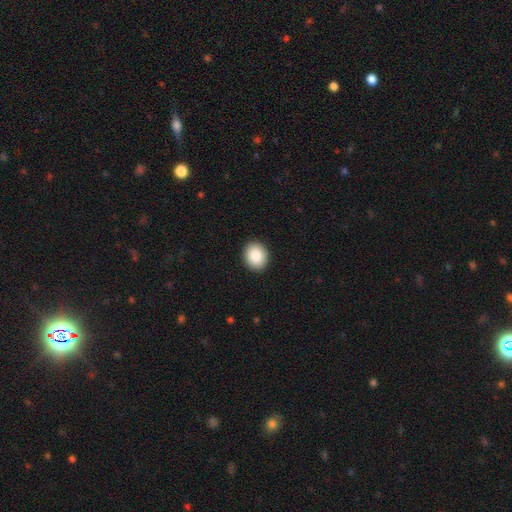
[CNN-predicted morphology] smooth-or-featured: smooth: 88% | star or artifact: 7% | featured or disk: 4%
  how-rounded: round: 58% | in between: 42% | cigar-shaped: 1%
  merging: none: 92% | minor disturbance: 6% | major disturbance: 2% | merger: 1%